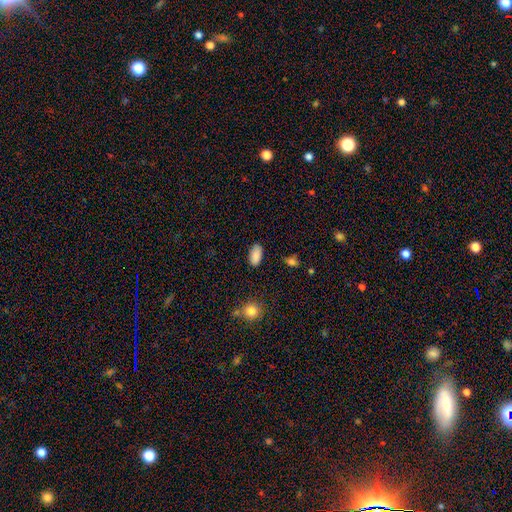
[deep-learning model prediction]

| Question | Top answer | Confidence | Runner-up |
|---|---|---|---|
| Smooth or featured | smooth | 88% | star or artifact (8%) |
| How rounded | in between | 94% | round (3%) |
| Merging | none | 85% | minor disturbance (11%) |